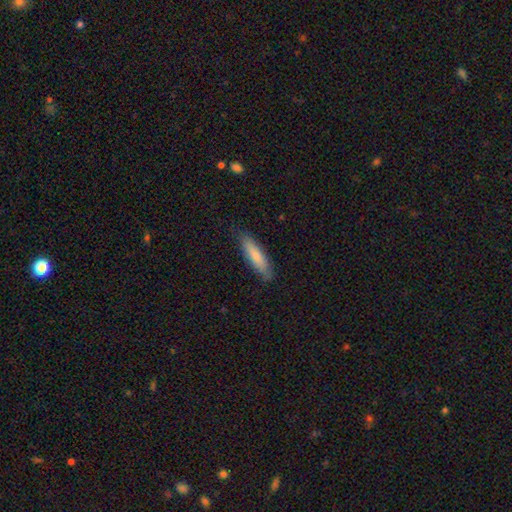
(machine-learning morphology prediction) Overall: smooth (77%). How rounded: cigar-shaped (73%). Merging: none (83%).